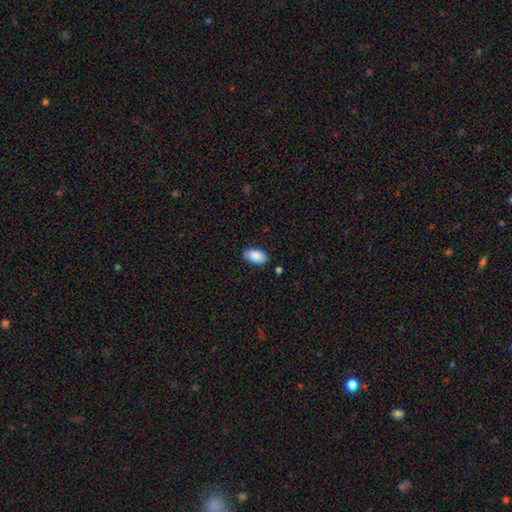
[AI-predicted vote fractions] smooth 89%, star or artifact 6%, featured or disk 5%. Down the decision tree: how rounded — in between (95%); merging — none (84%).